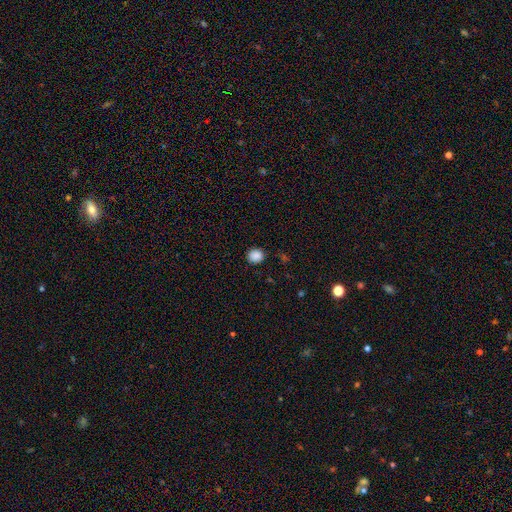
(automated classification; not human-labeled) smooth 87%, star or artifact 10%, featured or disk 3%. Down the decision tree: how rounded — round (79%); merging — none (88%).